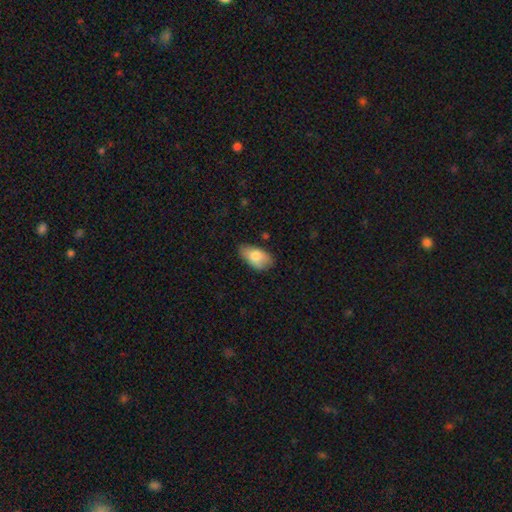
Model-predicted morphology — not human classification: Overall: smooth (77%). How rounded: in between (92%). Merging: none (66%; minor disturbance 27%).